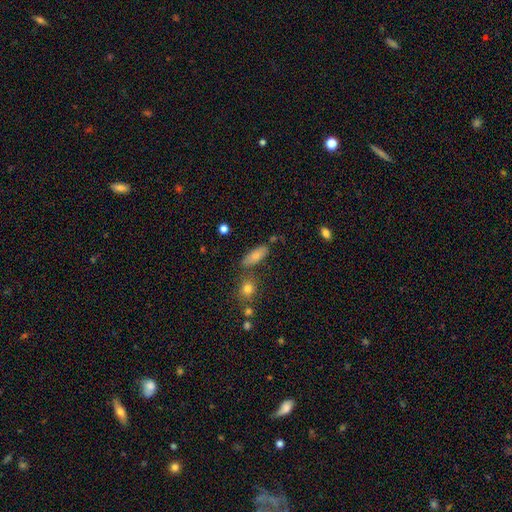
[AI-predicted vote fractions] Smooth or featured?
  - smooth: 81% *
  - featured or disk: 11%
  - star or artifact: 8%
How rounded?
  - in between: 70% *
  - cigar-shaped: 26%
  - round: 4%
Merging?
  - none: 72% *
  - minor disturbance: 15%
  - merger: 9%
  - major disturbance: 4%